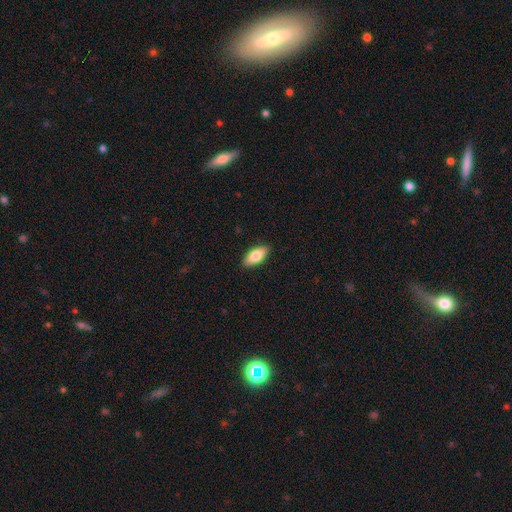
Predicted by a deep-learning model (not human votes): Smooth or featured: smooth — 77% (featured or disk — 17%)
How rounded: in between — 86% (cigar-shaped — 12%)
Merging: none — 89% (minor disturbance — 8%)